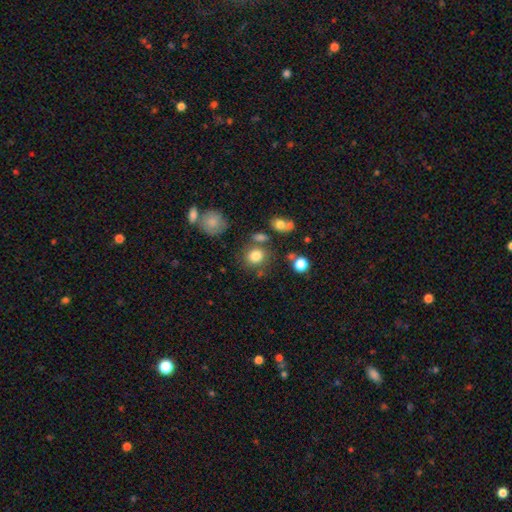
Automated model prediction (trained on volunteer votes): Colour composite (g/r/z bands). It shows a smooth galaxy with no disk features (80%) that is round (78%). Merging: none (70%).